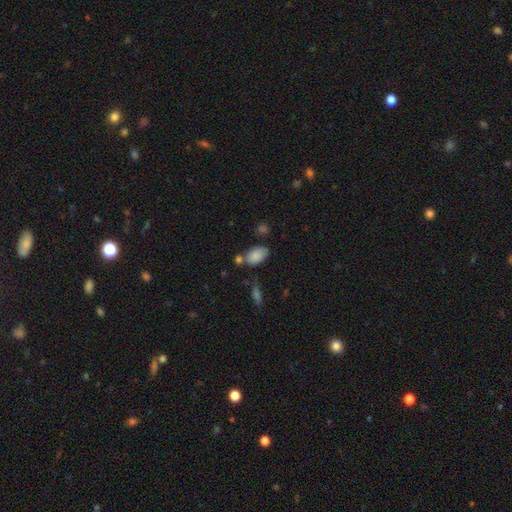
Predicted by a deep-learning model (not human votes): This appears to be a smooth galaxy with no disk features (86%) that is in between round and cigar-shaped (92%). Merging: none (62%).